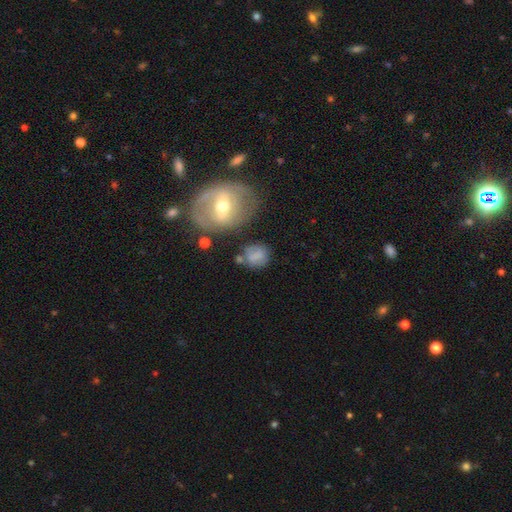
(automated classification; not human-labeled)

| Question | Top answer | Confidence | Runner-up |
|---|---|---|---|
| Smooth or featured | smooth | 68% | featured or disk (22%) |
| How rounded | round | 60% | in between (38%) |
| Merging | none | 59% | minor disturbance (21%) |